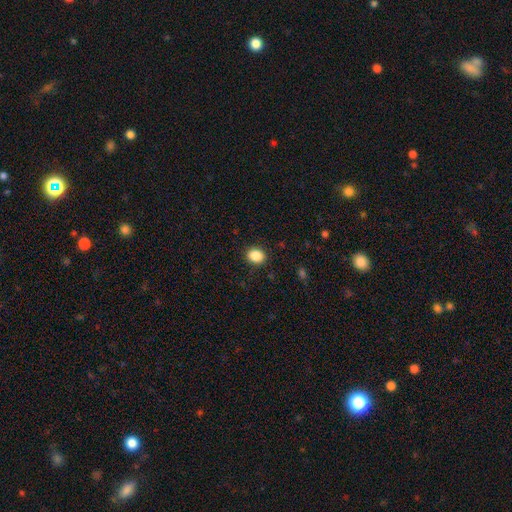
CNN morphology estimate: smooth-or-featured: smooth: 87% | star or artifact: 9% | featured or disk: 4%
  how-rounded: round: 53% | in between: 46% | cigar-shaped: 1%
  merging: none: 90% | minor disturbance: 7% | major disturbance: 2% | merger: 1%